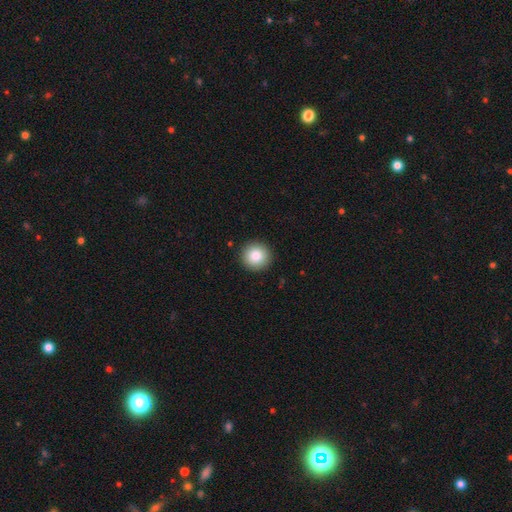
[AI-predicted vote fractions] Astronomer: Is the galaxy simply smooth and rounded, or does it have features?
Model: smooth — 85%.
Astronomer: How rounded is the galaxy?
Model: round — 95%.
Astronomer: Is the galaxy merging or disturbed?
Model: none — 92%.